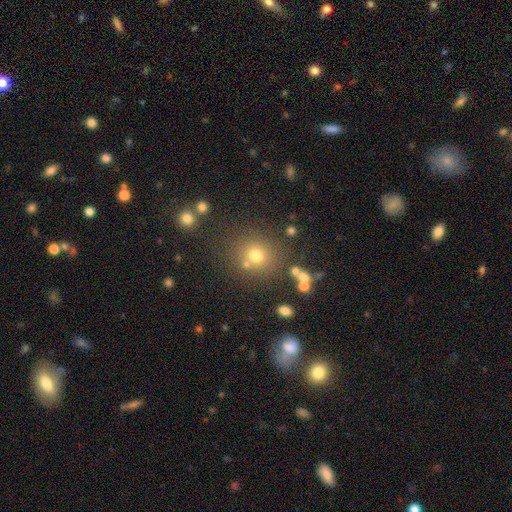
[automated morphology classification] A smooth galaxy with no disk features (70%) that is round (88%). Merging: none (77%).